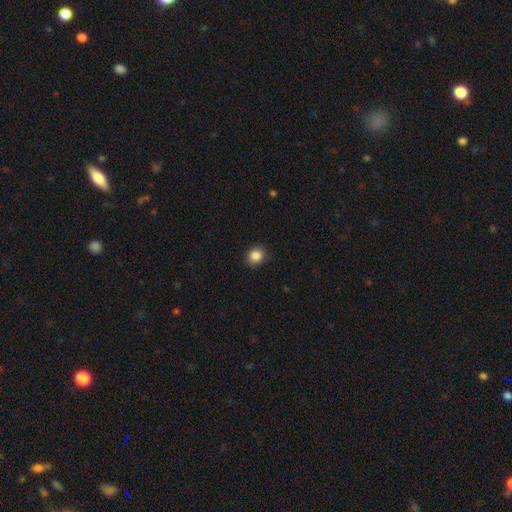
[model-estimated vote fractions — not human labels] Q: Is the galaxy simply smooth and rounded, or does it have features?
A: smooth — 86%.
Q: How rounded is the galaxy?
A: round — 81%.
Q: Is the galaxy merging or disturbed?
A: none — 88%.